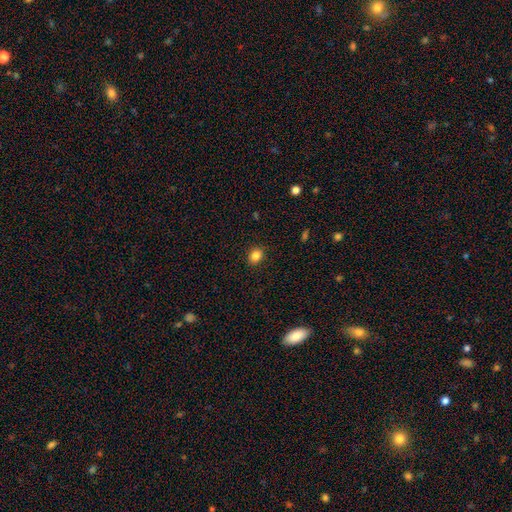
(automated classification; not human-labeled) A smooth galaxy with no disk features (84%) that is in between round and cigar-shaped (52%). Merging: none (90%).